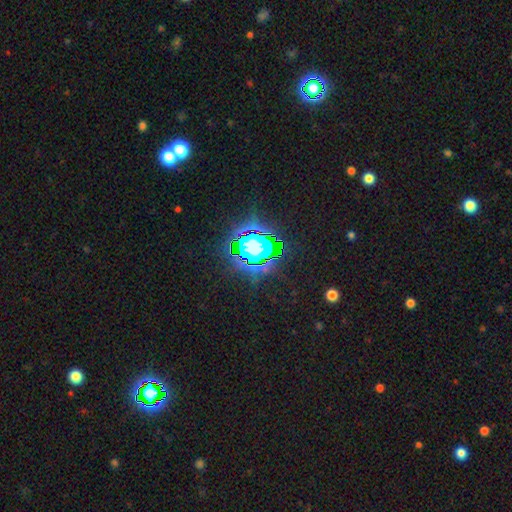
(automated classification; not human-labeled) A star or artifact, not a galaxy (77%).

Vote fractions:
- Smooth or featured? star or artifact: 77% / smooth: 13% / featured or disk: 9%